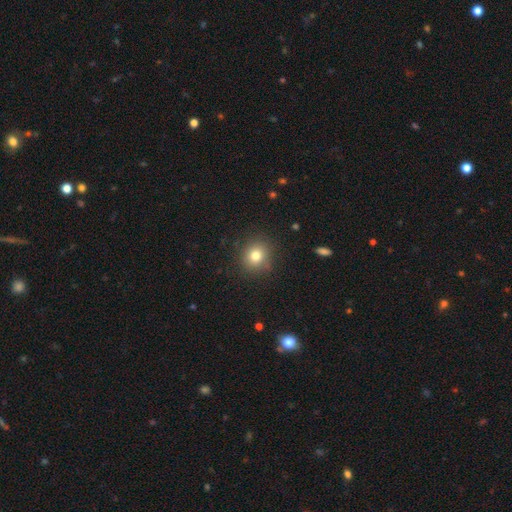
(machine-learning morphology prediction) Smooth or featured? smooth (79%)
How rounded? round (82%)
Merging? none (85%)